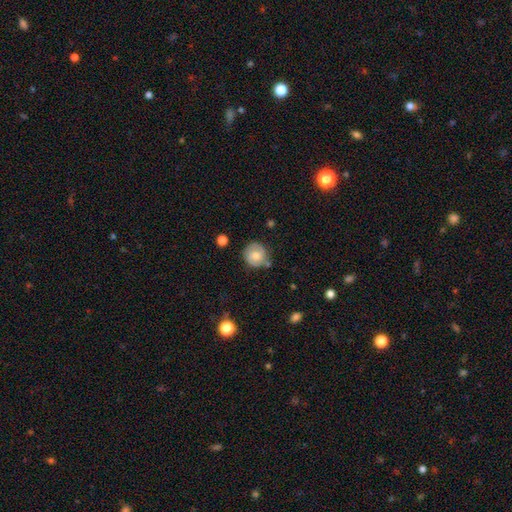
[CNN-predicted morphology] smooth 54%, featured or disk 37%, star or artifact 8%. Down the decision tree: how rounded — round (87%); merging — none (72%).